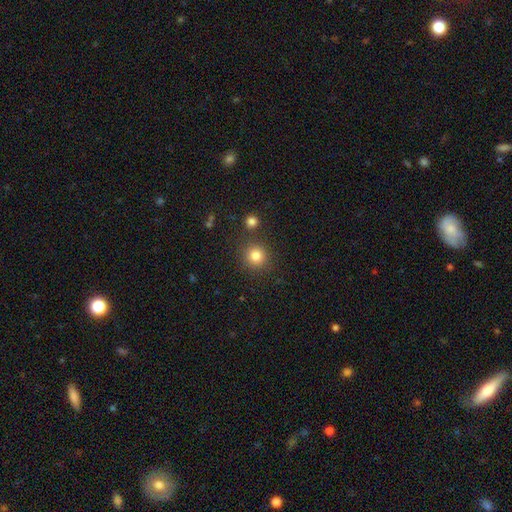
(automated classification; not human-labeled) smooth 82%, star or artifact 12%, featured or disk 6%. Down the decision tree: how rounded — round (92%); merging — none (85%).